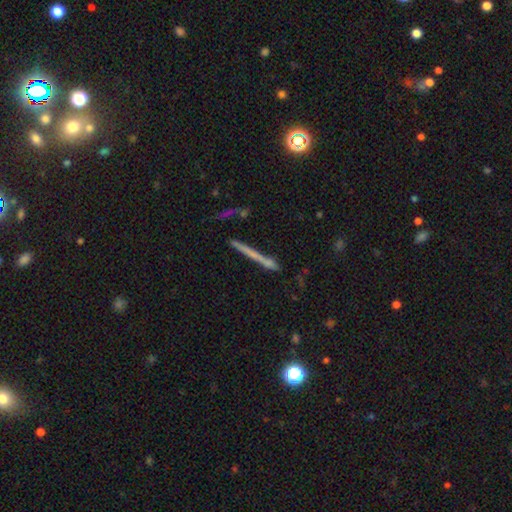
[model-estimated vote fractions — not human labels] A featured or disk galaxy (50%) viewed edge-on (96%).

Vote fractions:
- Smooth or featured? featured or disk: 50% / smooth: 38% / star or artifact: 12%
- Edge-on disk? yes: 96% / no: 4%
- Merging? none: 84% / minor disturbance: 9% / merger: 4% / major disturbance: 3%